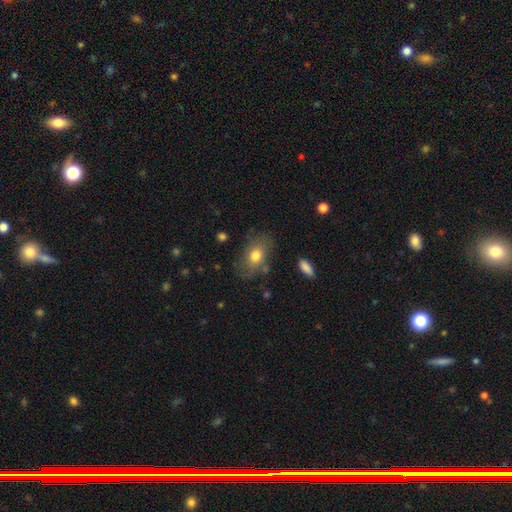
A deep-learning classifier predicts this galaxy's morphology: The model was most divided on "merging": none: 71%, minor disturbance: 19%, major disturbance: 7%, merger: 3%. More confident: how rounded — in between (81%); smooth or featured — smooth (75%).